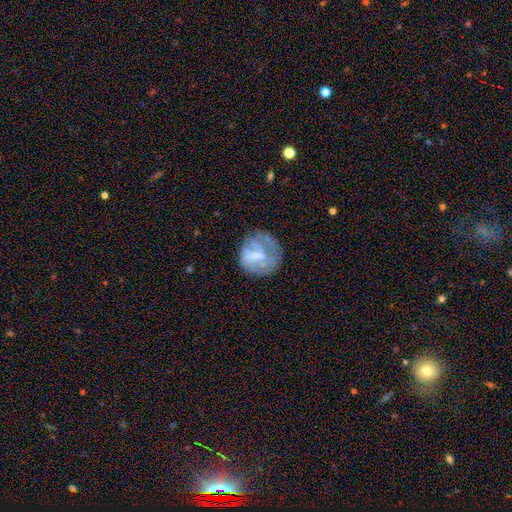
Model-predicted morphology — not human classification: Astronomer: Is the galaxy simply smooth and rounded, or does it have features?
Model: featured or disk — 51% (runner-up: smooth, 40%).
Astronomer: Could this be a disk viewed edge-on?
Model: no — 97%.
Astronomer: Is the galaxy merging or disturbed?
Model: none — 56%.